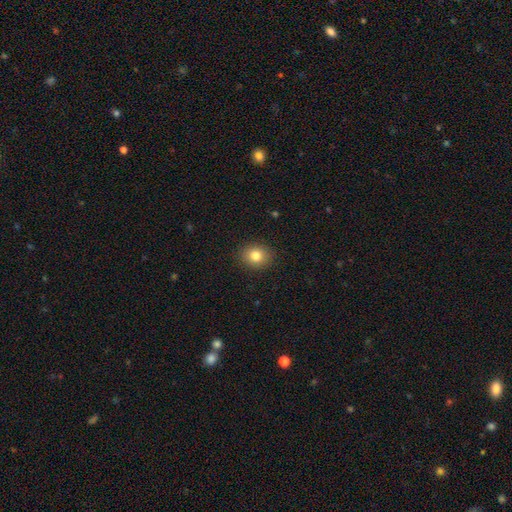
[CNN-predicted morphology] Q: Smooth or featured?
A: smooth (82%); runner-up: star or artifact (10%)
Q: How rounded?
A: round (62%); runner-up: in between (38%)
Q: Merging?
A: none (90%); runner-up: minor disturbance (7%)